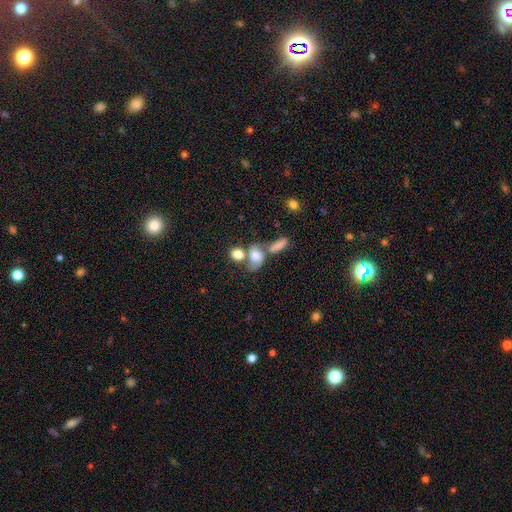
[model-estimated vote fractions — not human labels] Q: Smooth or featured?
A: smooth (57%); runner-up: featured or disk (32%)
Q: How rounded?
A: in between (61%); runner-up: round (35%)
Q: Merging?
A: merger (50%); runner-up: none (27%)